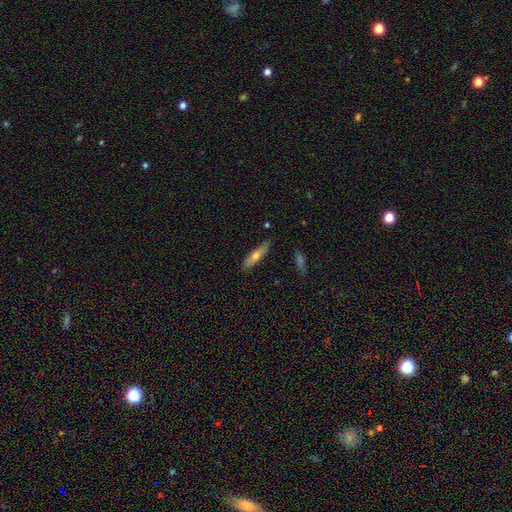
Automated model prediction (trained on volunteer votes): A smooth galaxy with no disk features (61%) that is cigar-shaped (73%).

Vote fractions:
- Smooth or featured? smooth: 61% / featured or disk: 32% / star or artifact: 7%
- How rounded? cigar-shaped: 73% / in between: 25% / round: 2%
- Merging? none: 86% / minor disturbance: 10% / major disturbance: 2% / merger: 2%